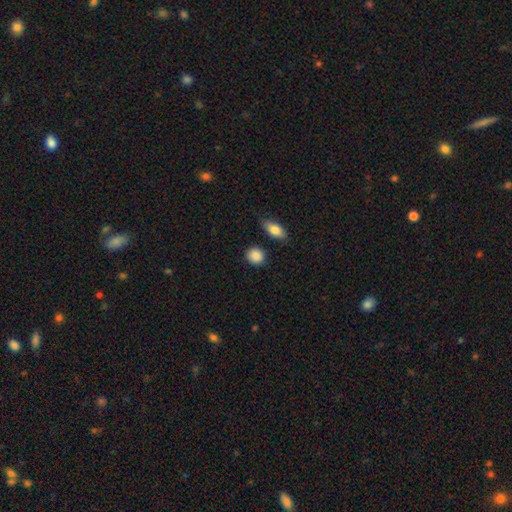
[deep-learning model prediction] Smooth or featured? smooth (89%)
How rounded? round (77%)
Merging? none (85%)